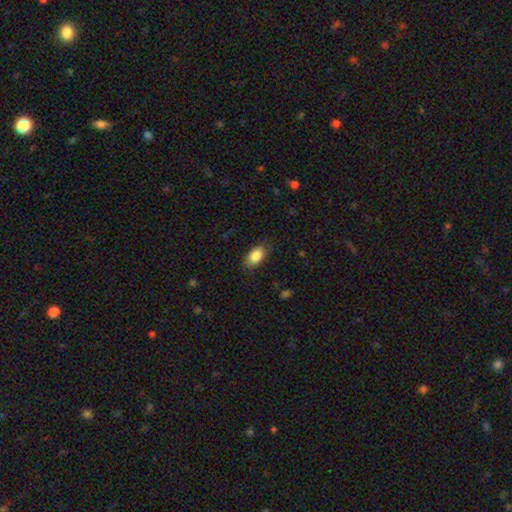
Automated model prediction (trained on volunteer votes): smooth-or-featured: smooth: 86% | star or artifact: 7% | featured or disk: 6%
  how-rounded: in between: 90% | round: 8% | cigar-shaped: 2%
  merging: none: 84% | minor disturbance: 12% | major disturbance: 3% | merger: 1%